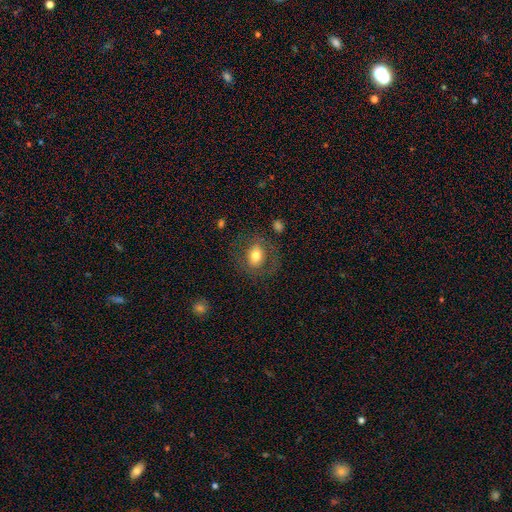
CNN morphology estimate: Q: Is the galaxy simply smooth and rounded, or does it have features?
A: smooth — 64%.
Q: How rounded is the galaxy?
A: in between — 51%.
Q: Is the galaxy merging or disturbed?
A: none — 74%.